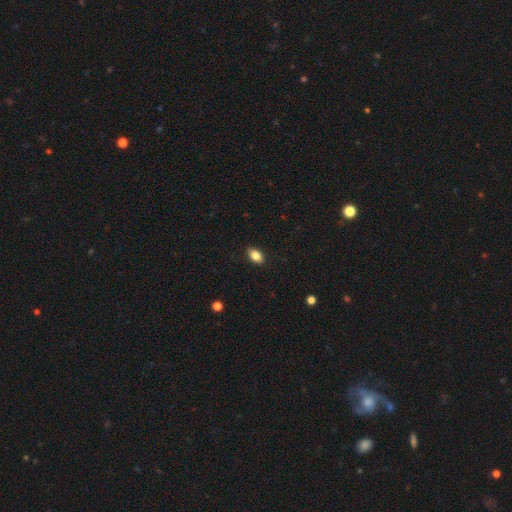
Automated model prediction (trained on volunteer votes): smooth_or_featured: smooth (p=0.85) [alt: star or artifact p=0.08]
how_rounded: in between (p=0.89) [alt: round p=0.09]
merging: none (p=0.88) [alt: minor disturbance p=0.09]